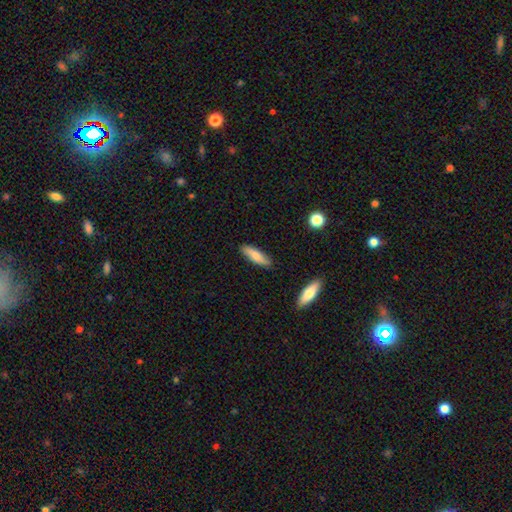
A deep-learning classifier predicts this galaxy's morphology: The model was most divided on "how rounded": cigar-shaped: 57%, in between: 41%, round: 2%. More confident: merging — none (86%); smooth or featured — smooth (75%).